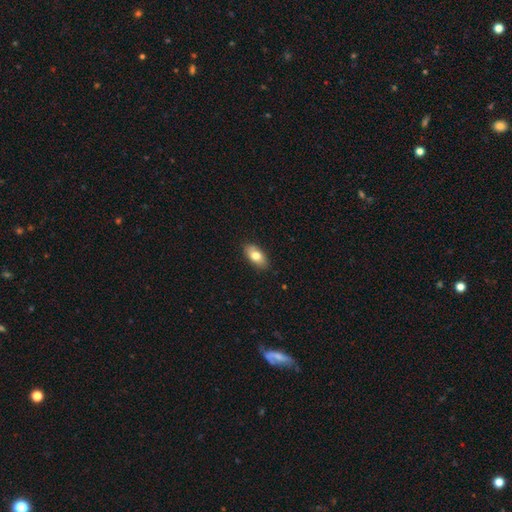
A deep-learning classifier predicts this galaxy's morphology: smooth 78%, featured or disk 15%, star or artifact 7%. Down the decision tree: how rounded — in between (90%); merging — none (87%).